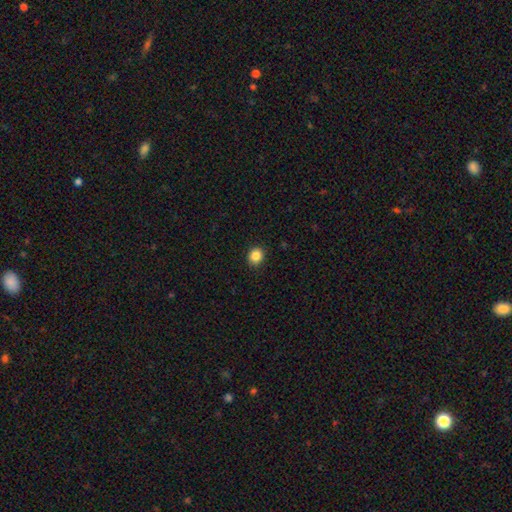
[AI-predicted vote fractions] This is clearly a smooth galaxy (86%). How rounded: likely round (80%). Merging: clearly none (92%).